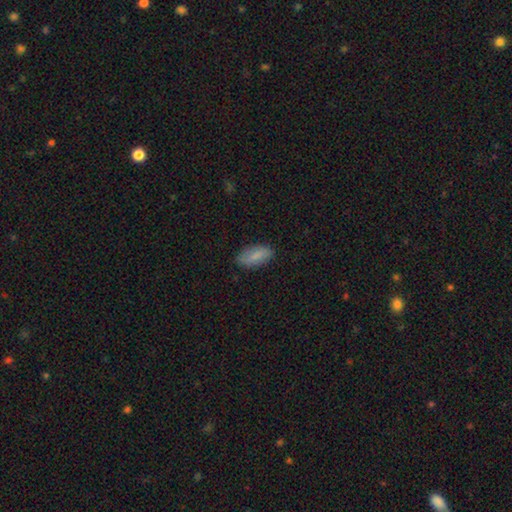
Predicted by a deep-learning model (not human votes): Smooth or featured?
  - smooth: 81% *
  - featured or disk: 13%
  - star or artifact: 6%
How rounded?
  - in between: 89% *
  - cigar-shaped: 8%
  - round: 2%
Merging?
  - none: 84% *
  - minor disturbance: 12%
  - major disturbance: 2%
  - merger: 1%